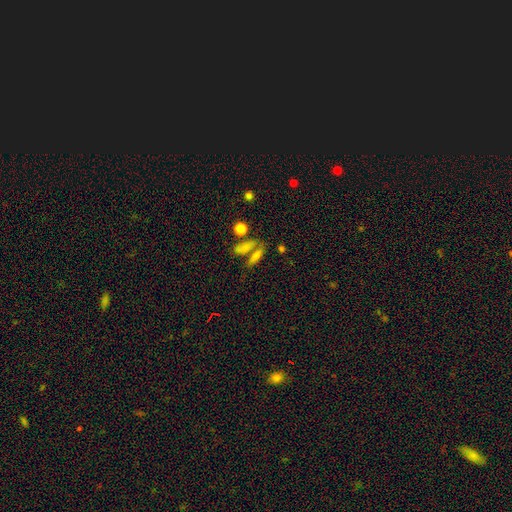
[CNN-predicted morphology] Overall: smooth (64%). How rounded: cigar-shaped (48%; in between 42%). Merging: none (47%; merger 33%).